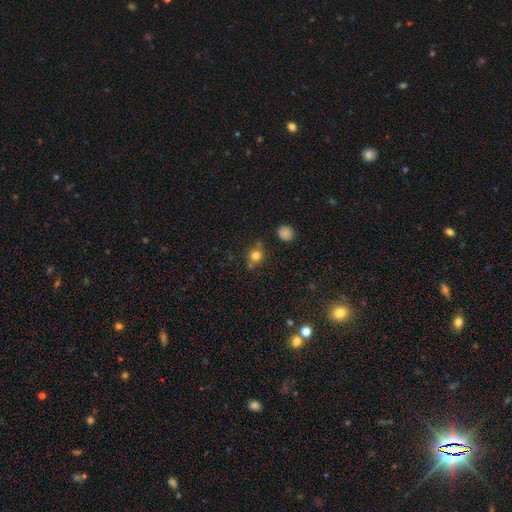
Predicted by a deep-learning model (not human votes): smooth-or-featured: smooth: 78% | star or artifact: 15% | featured or disk: 7%
  how-rounded: round: 87% | in between: 12% | cigar-shaped: 1%
  merging: none: 70% | minor disturbance: 13% | merger: 13% | major disturbance: 4%